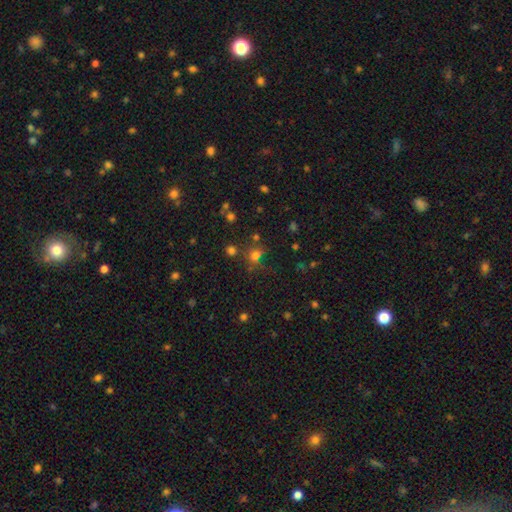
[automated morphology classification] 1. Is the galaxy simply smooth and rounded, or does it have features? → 64% smooth, 28% star or artifact, 8% featured or disk.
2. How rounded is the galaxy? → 79% round, 20% in between, 1% cigar-shaped.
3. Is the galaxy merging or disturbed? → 65% none, 14% merger, 14% minor disturbance, 8% major disturbance.